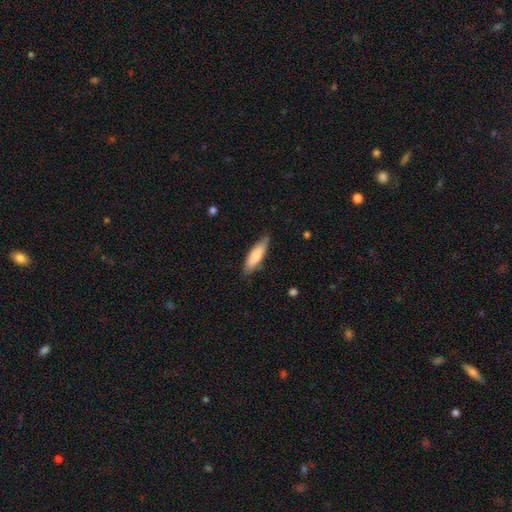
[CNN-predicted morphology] Q: Smooth or featured?
A: smooth (79%); runner-up: featured or disk (15%)
Q: How rounded?
A: cigar-shaped (55%); runner-up: in between (44%)
Q: Merging?
A: none (81%); runner-up: minor disturbance (15%)